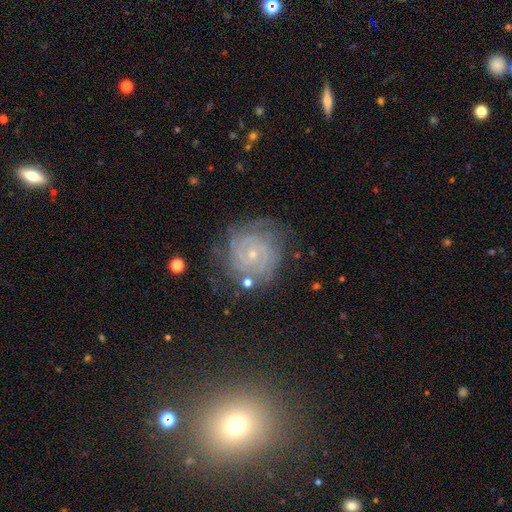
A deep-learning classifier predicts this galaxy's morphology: This is likely a featured or disk galaxy (65%). It is clearly not viewed edge-on (97%). Bar: likely no (77%). Spiral arm pattern: clearly yes (91%). Spiral arm count: marginally can't tell (42%). Spiral winding: likely tight (73%). Central bulge: clearly small (81%). Merging: likely none (77%).